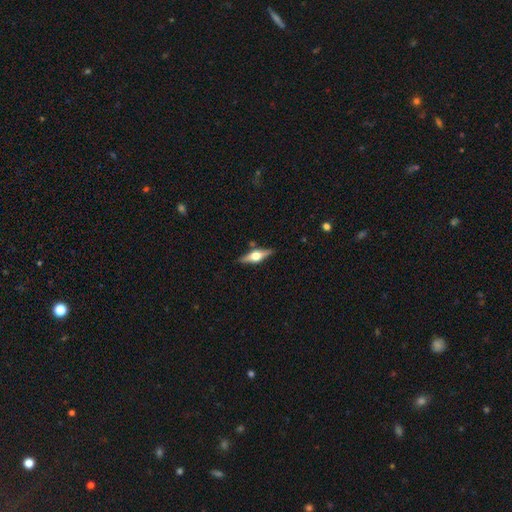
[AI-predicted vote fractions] The model was most divided on "smooth or featured": featured or disk: 71%, smooth: 24%, star or artifact: 6%. More confident: edge-on disk — yes (96%); edge-on bulge — rounded (95%); merging — none (86%).